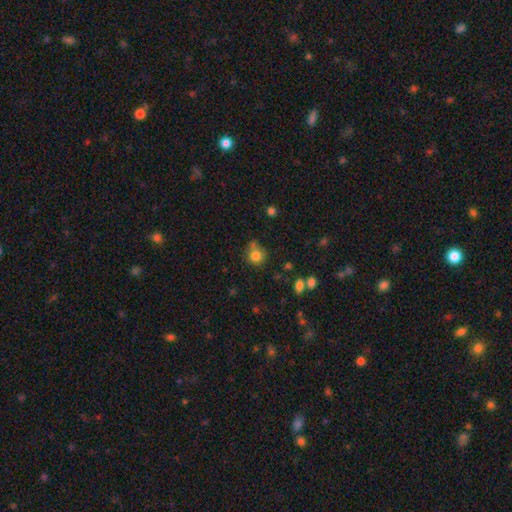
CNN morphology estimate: smooth-or-featured: smooth: 80% | star or artifact: 12% | featured or disk: 8%
  how-rounded: round: 83% | in between: 16% | cigar-shaped: 1%
  merging: none: 56% | minor disturbance: 20% | merger: 16% | major disturbance: 7%